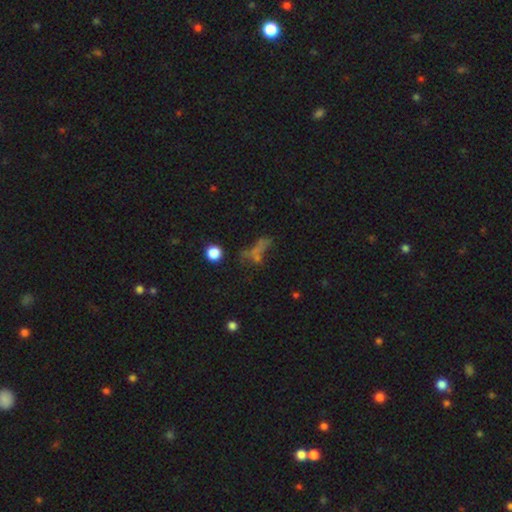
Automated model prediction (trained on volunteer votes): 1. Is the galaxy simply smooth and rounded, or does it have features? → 46% smooth, 31% star or artifact, 23% featured or disk.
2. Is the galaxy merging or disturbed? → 44% none, 21% major disturbance, 18% merger, 17% minor disturbance.